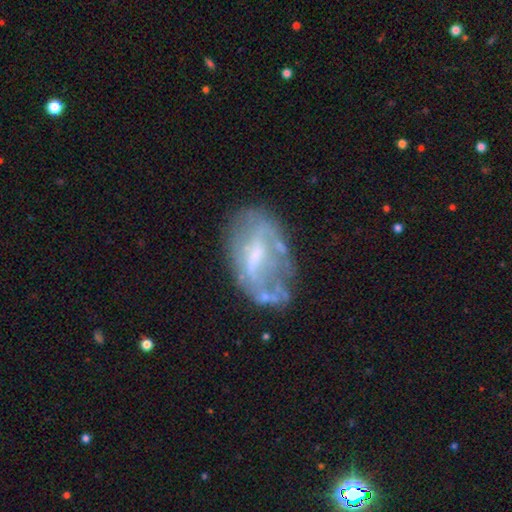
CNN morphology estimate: This appears to be a featured or disk galaxy (65%) with a weak bar (42%), no spiral arms (65%) and a moderate central bulge (34%). Merging: none (48%).